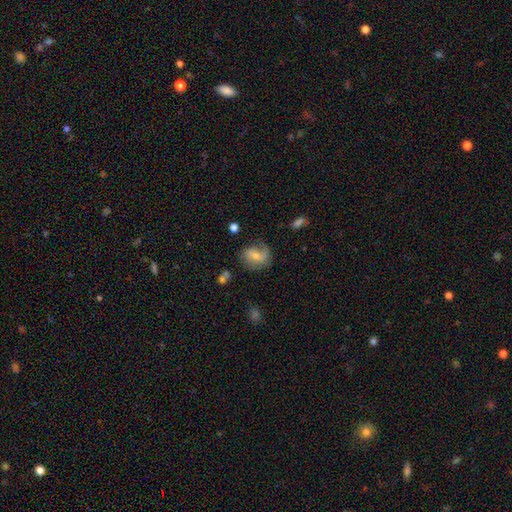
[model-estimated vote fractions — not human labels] Smooth or featured? Predicted: featured or disk (p=0.60). Edge-on disk? Predicted: no (p=0.97). Bar? Predicted: weak (p=0.47). Spiral arms? Predicted: yes (p=0.88). Spiral winding? Predicted: loose (p=0.44). Spiral arm count? Predicted: 2 (p=0.65). Bulge size? Predicted: moderate (p=0.46). Merging? Predicted: none (p=0.63).